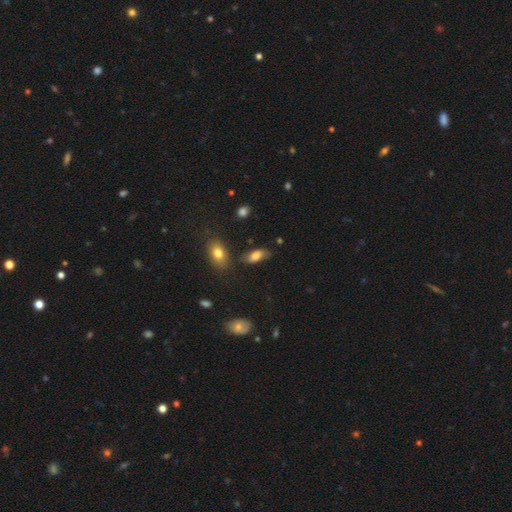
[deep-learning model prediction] smooth-or-featured: smooth: 74% | featured or disk: 16% | star or artifact: 9%
  how-rounded: in between: 87% | cigar-shaped: 9% | round: 4%
  merging: none: 65% | minor disturbance: 23% | major disturbance: 7% | merger: 4%